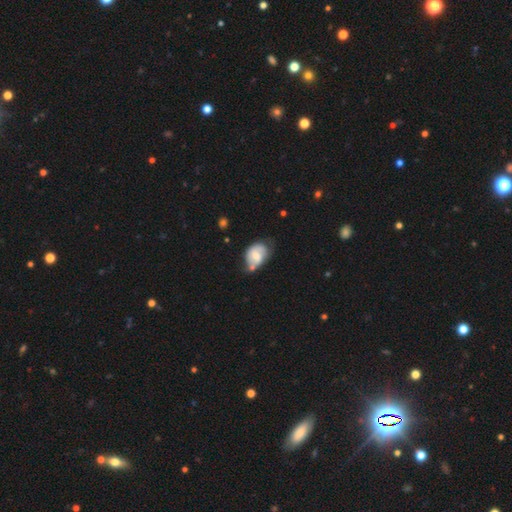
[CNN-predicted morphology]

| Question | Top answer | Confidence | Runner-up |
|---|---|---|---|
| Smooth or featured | smooth | 51% | featured or disk (41%) |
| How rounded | in between | 73% | round (26%) |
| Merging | none | 39% | minor disturbance (34%) |